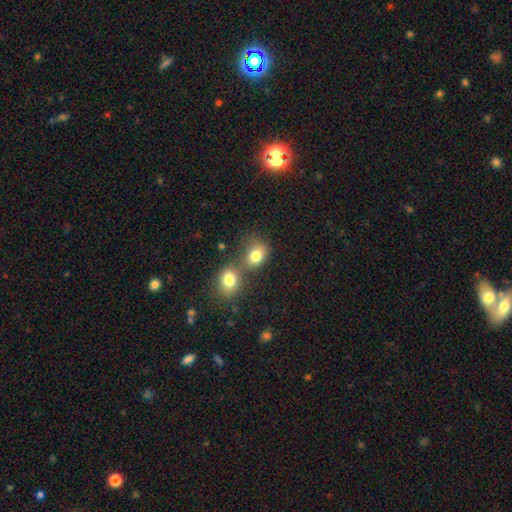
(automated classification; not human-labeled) Smooth or featured?
  - smooth: 80% *
  - star or artifact: 11%
  - featured or disk: 9%
How rounded?
  - round: 52% *
  - in between: 47%
  - cigar-shaped: 1%
Merging?
  - merger: 46% *
  - none: 39%
  - minor disturbance: 10%
  - major disturbance: 5%